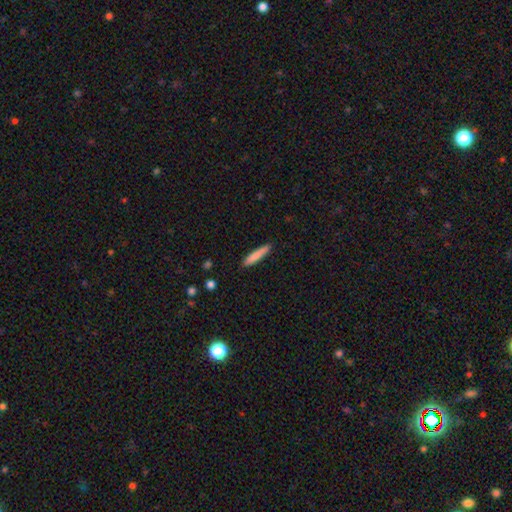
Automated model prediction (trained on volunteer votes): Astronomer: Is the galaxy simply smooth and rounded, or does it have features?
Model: smooth — 83%.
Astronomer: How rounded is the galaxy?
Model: cigar-shaped — 90%.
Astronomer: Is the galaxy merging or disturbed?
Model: none — 89%.